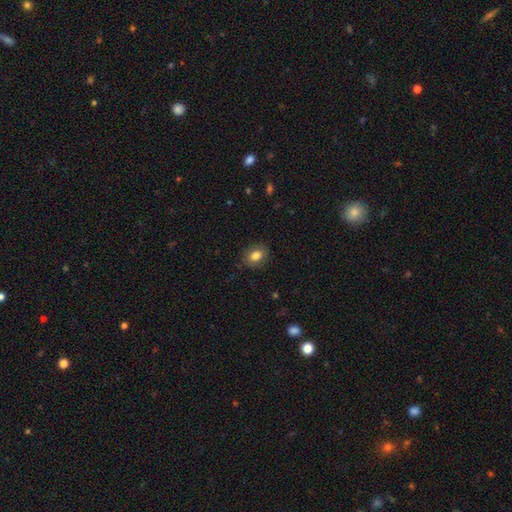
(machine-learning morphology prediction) smooth_or_featured: smooth (p=0.83) [alt: star or artifact p=0.09]
how_rounded: in between (p=0.58) [alt: round p=0.41]
merging: none (p=0.86) [alt: minor disturbance p=0.10]